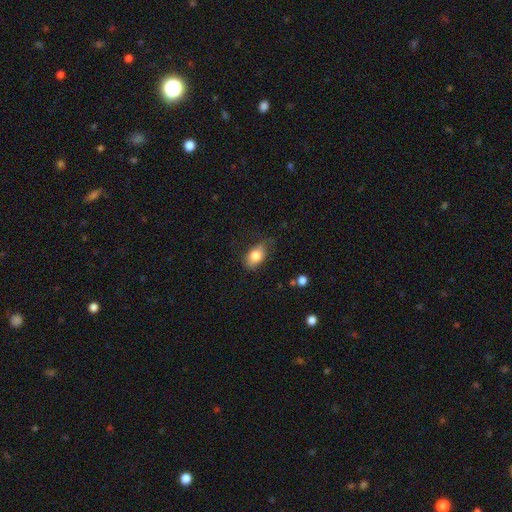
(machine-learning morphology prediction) Q: Smooth or featured?
A: smooth (80%); runner-up: featured or disk (12%)
Q: How rounded?
A: in between (84%); runner-up: round (14%)
Q: Merging?
A: none (67%); runner-up: minor disturbance (24%)